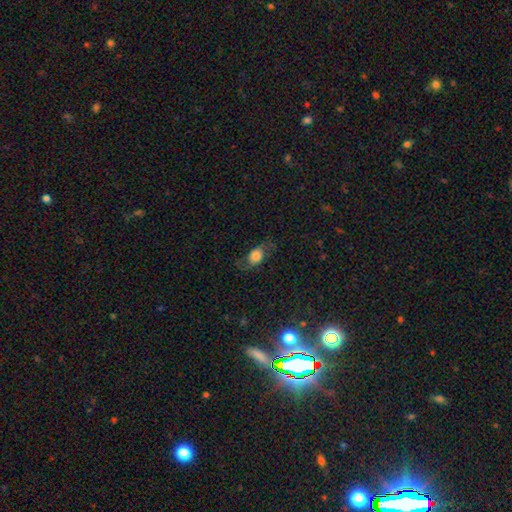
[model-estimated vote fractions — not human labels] Smooth or featured? smooth (50%)
How rounded? in between (62%)
Merging? none (62%)